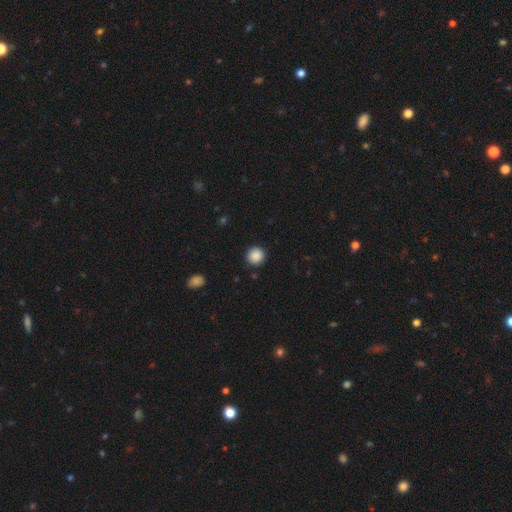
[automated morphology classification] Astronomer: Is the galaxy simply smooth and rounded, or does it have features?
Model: smooth — 88%.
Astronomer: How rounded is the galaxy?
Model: round — 94%.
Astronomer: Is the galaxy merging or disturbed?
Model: none — 91%.